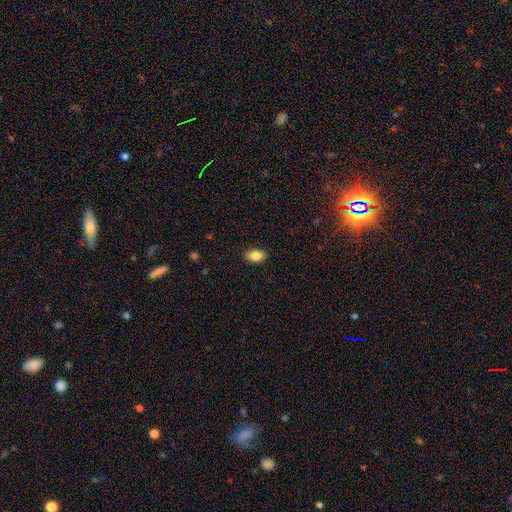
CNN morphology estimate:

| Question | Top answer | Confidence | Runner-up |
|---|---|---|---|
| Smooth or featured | smooth | 86% | star or artifact (8%) |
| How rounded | in between | 91% | round (6%) |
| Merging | none | 88% | minor disturbance (9%) |